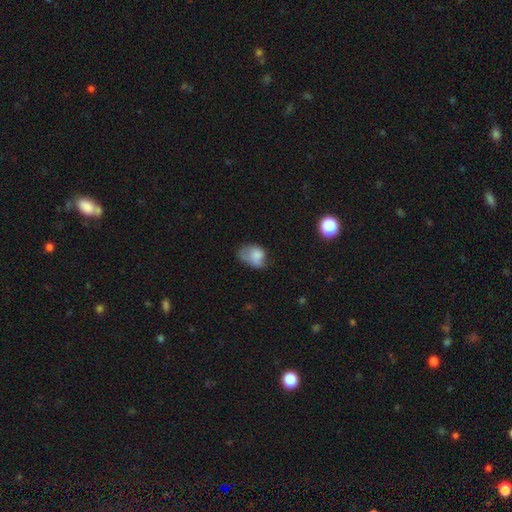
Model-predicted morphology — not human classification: smooth 75%, featured or disk 16%, star or artifact 10%. Down the decision tree: how rounded — in between (70%); merging — minor disturbance (38%).